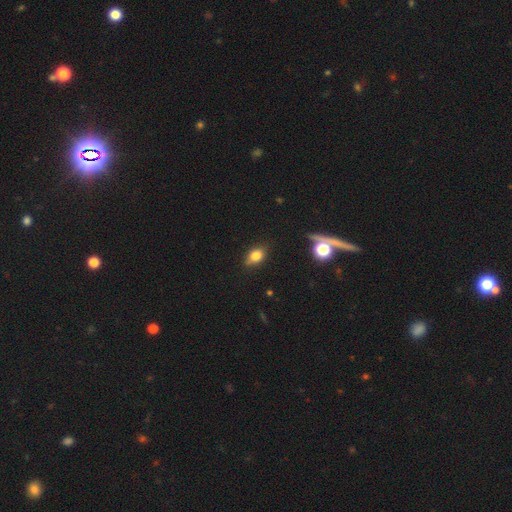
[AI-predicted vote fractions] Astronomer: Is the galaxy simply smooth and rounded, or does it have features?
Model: smooth — 78%.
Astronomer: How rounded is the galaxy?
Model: in between — 77%.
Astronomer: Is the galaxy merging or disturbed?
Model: none — 79%.